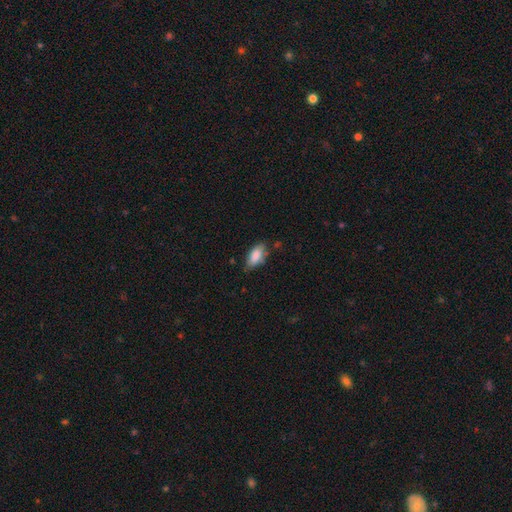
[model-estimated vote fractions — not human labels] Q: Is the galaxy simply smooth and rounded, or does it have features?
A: smooth — 85%.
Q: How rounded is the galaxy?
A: in between — 89%.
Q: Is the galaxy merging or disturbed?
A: none — 65%.